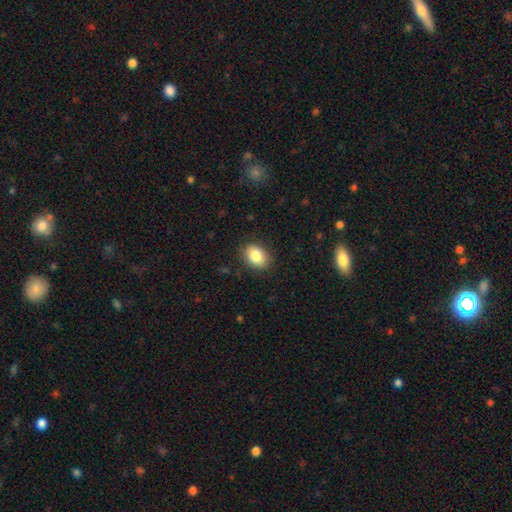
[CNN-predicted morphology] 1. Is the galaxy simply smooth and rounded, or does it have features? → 84% smooth, 8% star or artifact, 8% featured or disk.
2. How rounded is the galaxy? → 72% in between, 27% round, 1% cigar-shaped.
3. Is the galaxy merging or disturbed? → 87% none, 9% minor disturbance, 2% major disturbance, 1% merger.